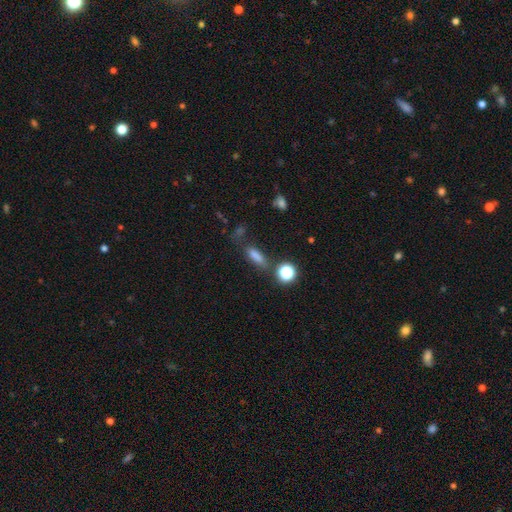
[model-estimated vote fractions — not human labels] smooth_or_featured: smooth (p=0.70) [alt: star or artifact p=0.21]
how_rounded: cigar-shaped (p=0.46) [alt: in between p=0.43]
merging: none (p=0.67) [alt: minor disturbance p=0.16]